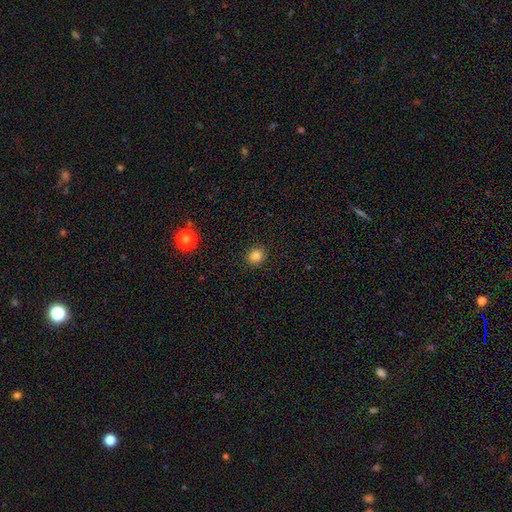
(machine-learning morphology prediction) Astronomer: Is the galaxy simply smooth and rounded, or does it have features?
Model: smooth — 85%.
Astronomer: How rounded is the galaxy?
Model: round — 85%.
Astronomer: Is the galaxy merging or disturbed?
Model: none — 91%.